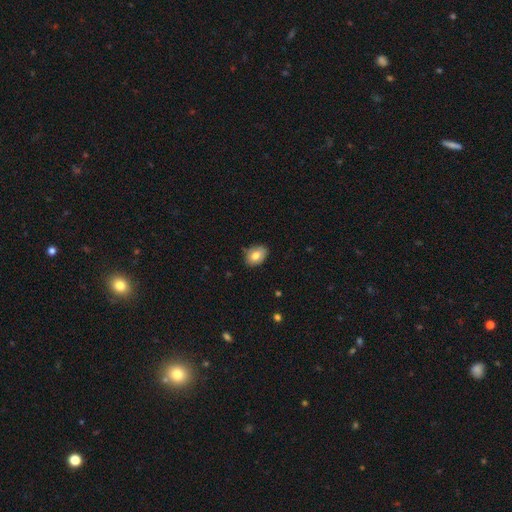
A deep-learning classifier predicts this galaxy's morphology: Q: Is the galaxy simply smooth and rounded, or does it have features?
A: smooth — 76%.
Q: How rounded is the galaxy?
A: in between — 80%.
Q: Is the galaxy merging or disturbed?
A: none — 80%.